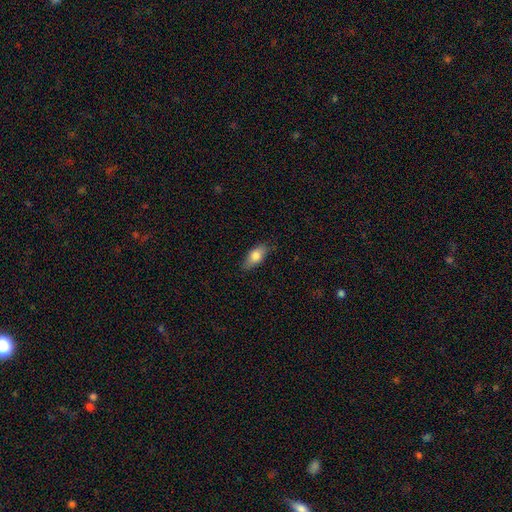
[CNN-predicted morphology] This appears to be a smooth galaxy with no disk features (77%) that is in between round and cigar-shaped (84%). Merging: none (81%).